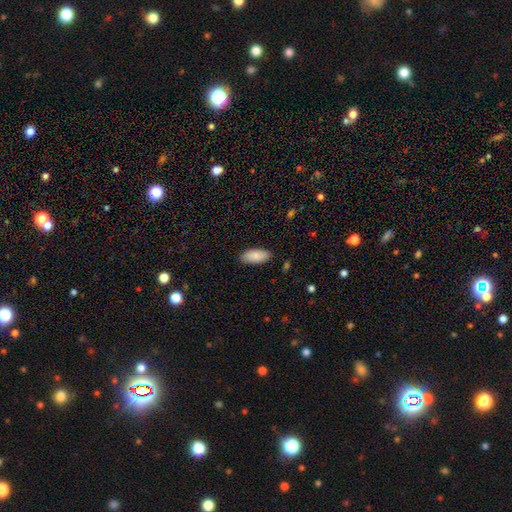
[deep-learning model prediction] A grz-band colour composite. It shows a smooth galaxy with no disk features (85%) that is in between round and cigar-shaped (89%). Merging: none (87%).